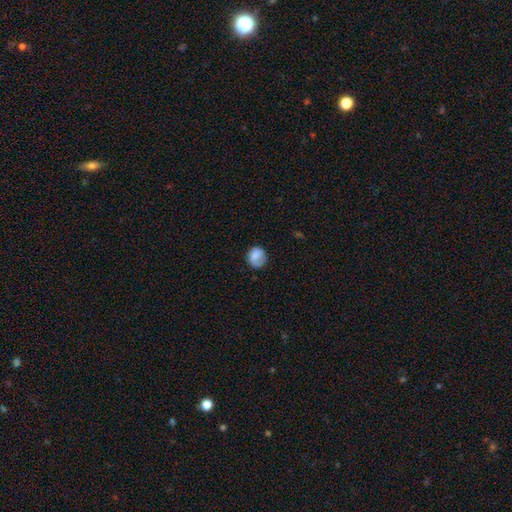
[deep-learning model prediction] Smooth or featured? smooth (77%)
How rounded? round (72%)
Merging? none (62%)